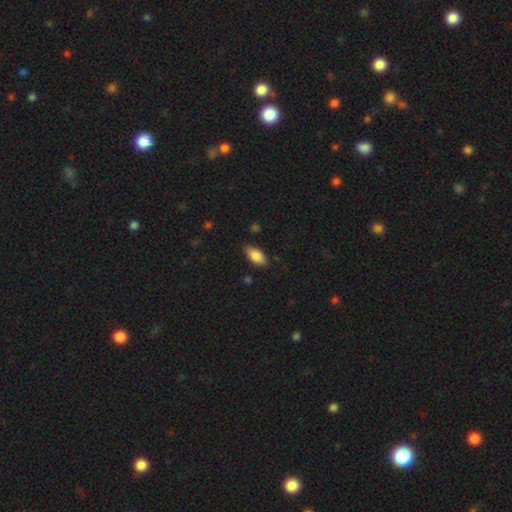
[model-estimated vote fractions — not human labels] This is clearly a smooth galaxy (85%). How rounded: clearly in between (91%). Merging: clearly none (81%).